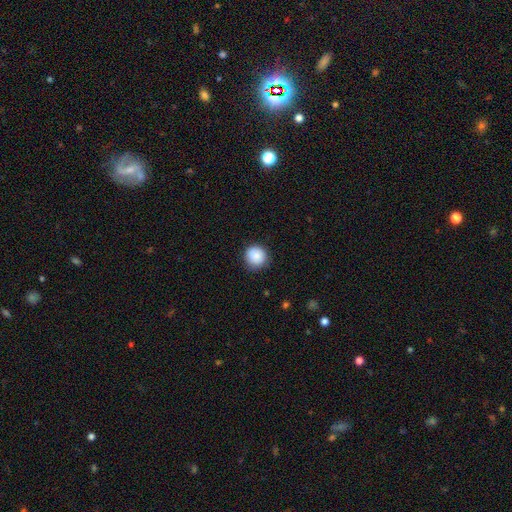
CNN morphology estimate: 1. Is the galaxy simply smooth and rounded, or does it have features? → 88% smooth, 8% star or artifact, 3% featured or disk.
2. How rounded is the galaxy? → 93% round, 6% in between, 1% cigar-shaped.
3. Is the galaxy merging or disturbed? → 86% none, 10% minor disturbance, 2% major disturbance, 1% merger.